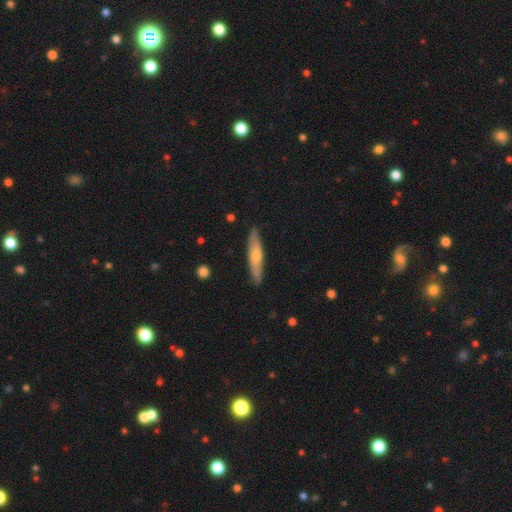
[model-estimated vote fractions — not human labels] Smooth or featured?
  - smooth: 54% *
  - featured or disk: 40%
  - star or artifact: 6%
How rounded?
  - cigar-shaped: 85% *
  - in between: 14%
  - round: 2%
Merging?
  - none: 88% *
  - minor disturbance: 9%
  - major disturbance: 2%
  - merger: 1%